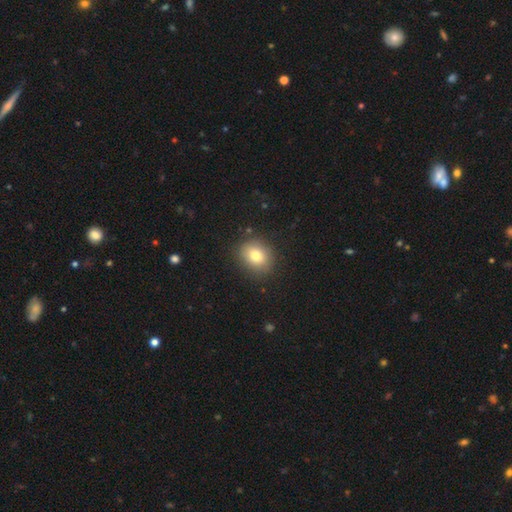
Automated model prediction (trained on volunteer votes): Overall: smooth (78%). How rounded: round (62%; in between 37%). Merging: none (86%).